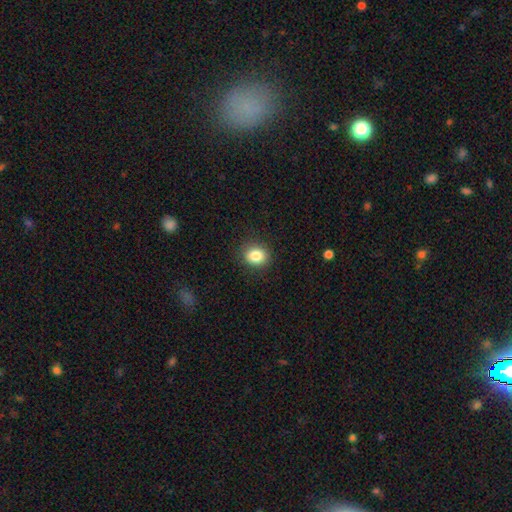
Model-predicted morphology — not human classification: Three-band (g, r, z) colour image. It shows a smooth galaxy with no disk features (84%) that is round (62%). Merging: none (89%).